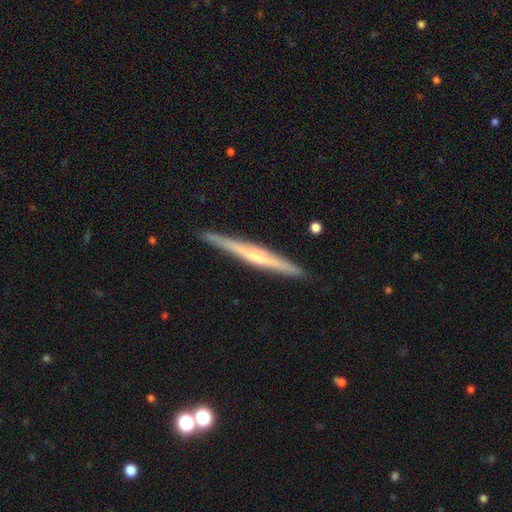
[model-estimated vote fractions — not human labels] This is likely a featured or disk galaxy (67%). It is clearly viewed edge-on (98%). Edge-on bulge: possibly rounded (55%). Merging: clearly none (91%).